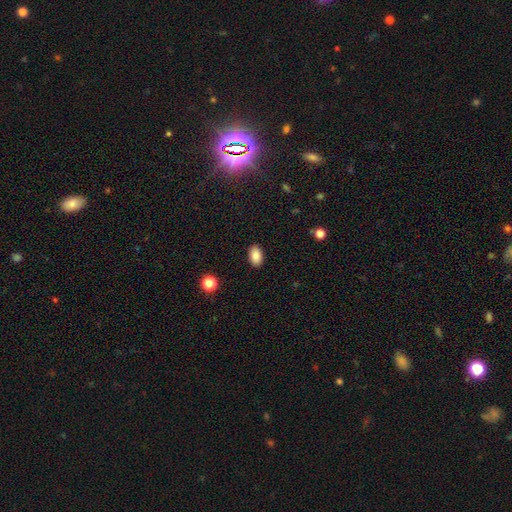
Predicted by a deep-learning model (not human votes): Smooth or featured: smooth — 87% (star or artifact — 9%)
How rounded: in between — 89% (round — 9%)
Merging: none — 89% (minor disturbance — 8%)